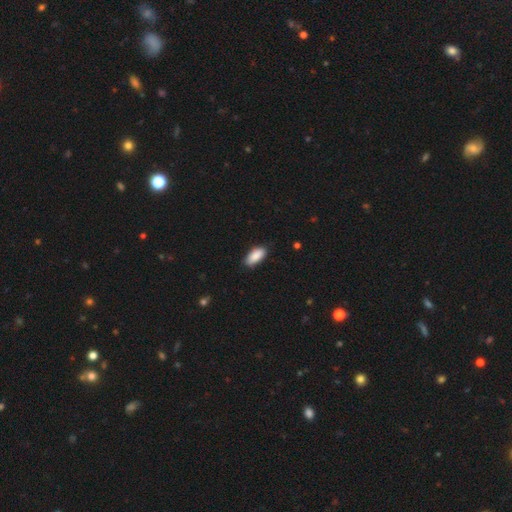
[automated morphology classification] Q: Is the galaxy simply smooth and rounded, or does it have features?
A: smooth — 89%.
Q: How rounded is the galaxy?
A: in between — 88%.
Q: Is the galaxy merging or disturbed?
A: none — 84%.